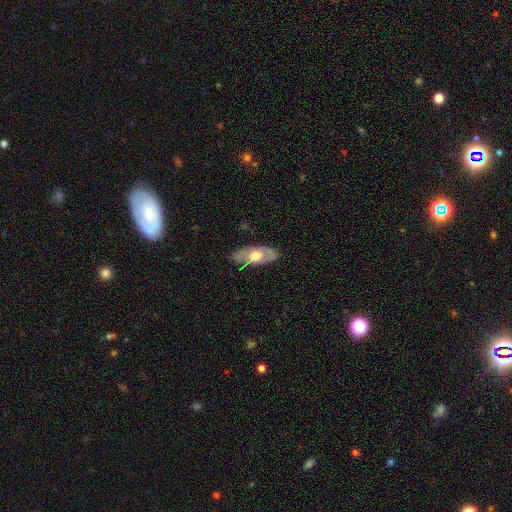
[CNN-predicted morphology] This is possibly a featured or disk galaxy (52%). It is likely not viewed edge-on (76%). Merging: clearly none (81%).